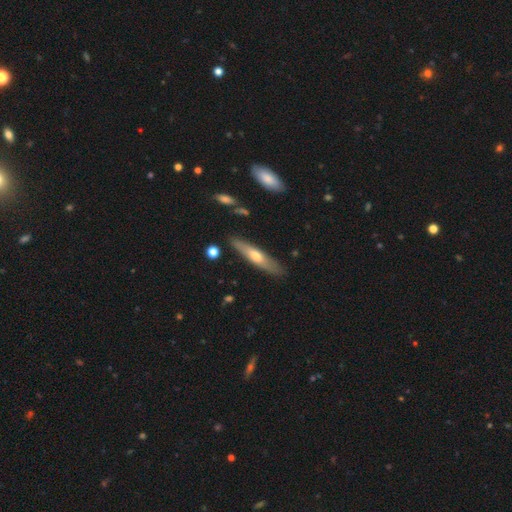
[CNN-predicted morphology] smooth_or_featured: smooth (p=0.49) [alt: featured or disk p=0.45]
merging: none (p=0.85) [alt: minor disturbance p=0.11]